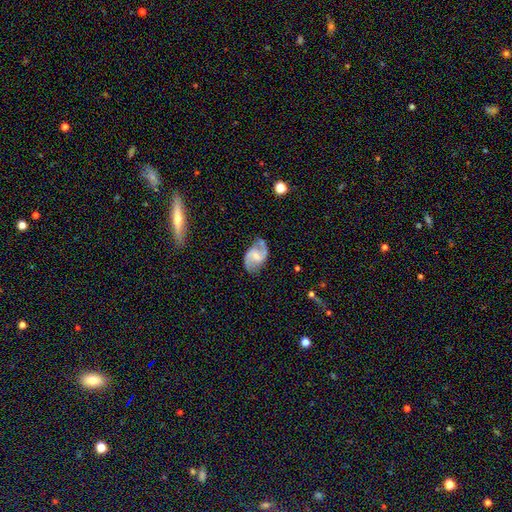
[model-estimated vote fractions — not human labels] Overall: featured or disk (85%). Edge-on disk: no (98%). Bar: weak (54%; no 25%). Spiral arms: yes (96%). Spiral arm count: 2 (92%). Spiral winding: medium (49%; loose 38%). Bulge size: small (41%; moderate 34%). Merging: none (75%).